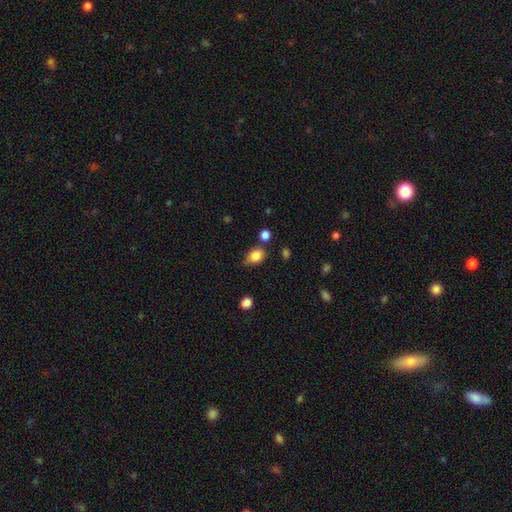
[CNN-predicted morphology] smooth_or_featured: smooth (p=0.84) [alt: star or artifact p=0.09]
how_rounded: in between (p=0.70) [alt: round p=0.28]
merging: none (p=0.61) [alt: minor disturbance p=0.27]